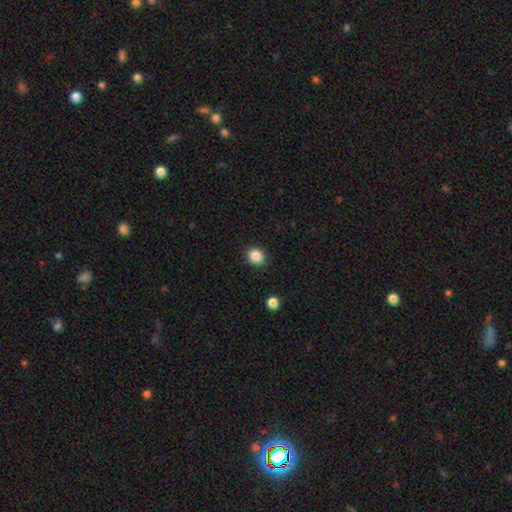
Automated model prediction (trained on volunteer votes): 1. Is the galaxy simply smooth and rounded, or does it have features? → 87% smooth, 10% star or artifact, 4% featured or disk.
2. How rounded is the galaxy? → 71% round, 29% in between, 1% cigar-shaped.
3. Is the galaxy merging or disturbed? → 89% none, 7% minor disturbance, 2% major disturbance, 1% merger.